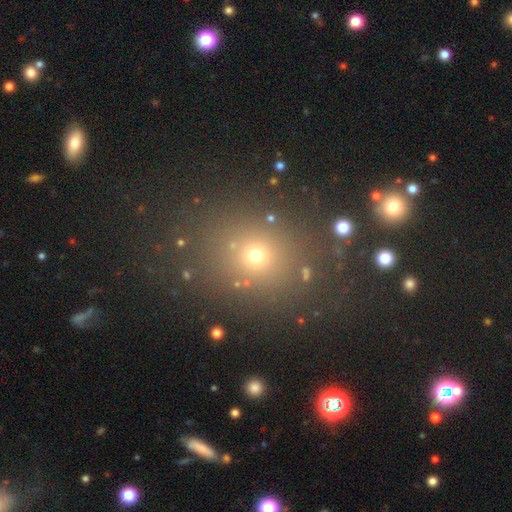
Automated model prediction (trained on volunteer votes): Smooth or featured? Predicted: smooth (p=0.64). How rounded? Predicted: round (p=0.70). Merging? Predicted: none (p=0.82).